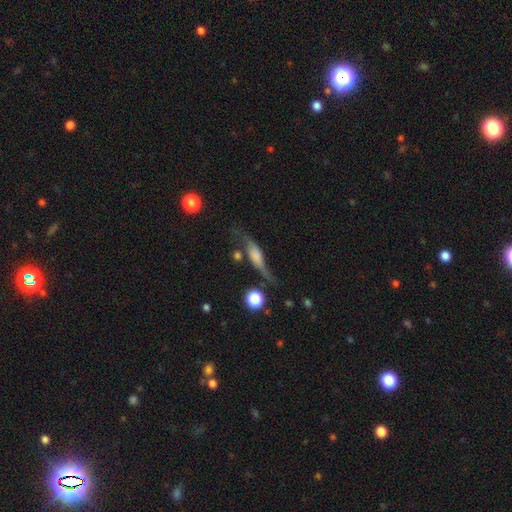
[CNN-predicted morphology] A featured or disk galaxy (59%) viewed edge-on (63%).

Vote fractions:
- Smooth or featured? featured or disk: 59% / smooth: 32% / star or artifact: 9%
- Edge-on disk? yes: 63% / no: 37%
- Merging? none: 51% / minor disturbance: 26% / major disturbance: 16% / merger: 8%